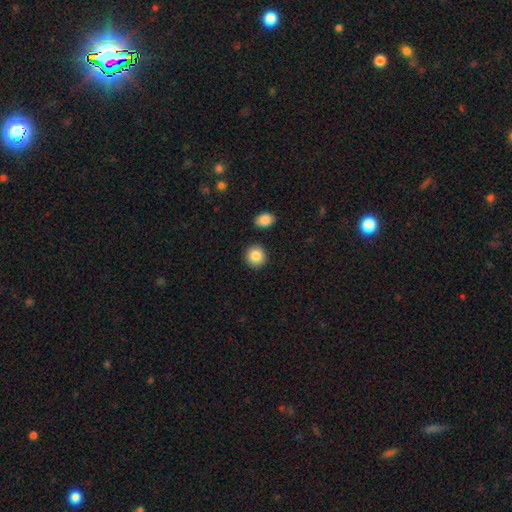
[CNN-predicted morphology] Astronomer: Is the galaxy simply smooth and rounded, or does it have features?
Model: smooth — 87%.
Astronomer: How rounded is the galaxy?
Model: round — 88%.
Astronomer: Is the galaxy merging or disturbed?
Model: none — 89%.